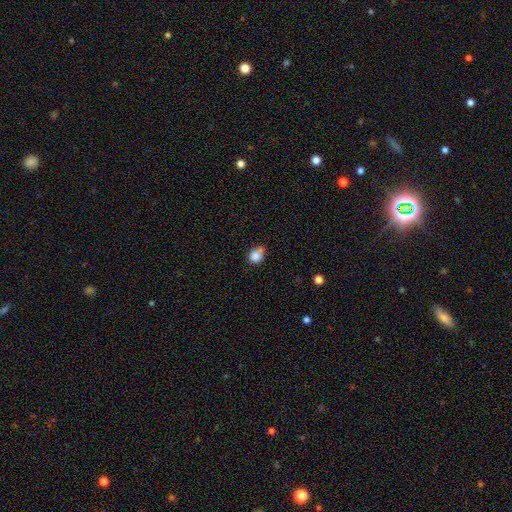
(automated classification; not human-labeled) Smooth or featured? smooth (84%)
How rounded? in between (51%)
Merging? none (43%)